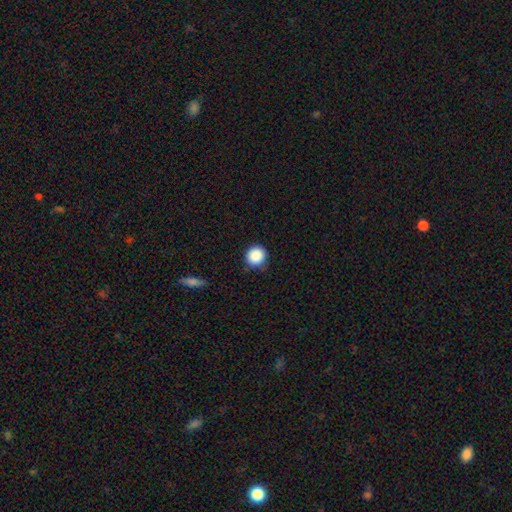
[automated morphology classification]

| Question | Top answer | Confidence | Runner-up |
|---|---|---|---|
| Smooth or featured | smooth | 89% | star or artifact (8%) |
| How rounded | round | 94% | in between (5%) |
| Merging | none | 87% | minor disturbance (10%) |